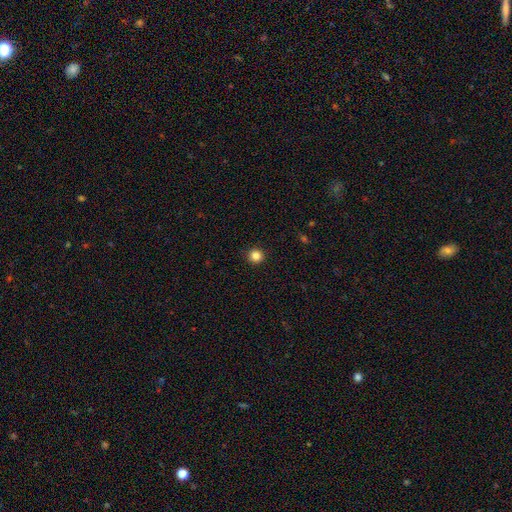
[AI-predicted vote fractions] smooth-or-featured: smooth: 85% | star or artifact: 11% | featured or disk: 4%
  how-rounded: round: 94% | in between: 5% | cigar-shaped: 1%
  merging: none: 93% | minor disturbance: 4% | major disturbance: 1% | merger: 1%